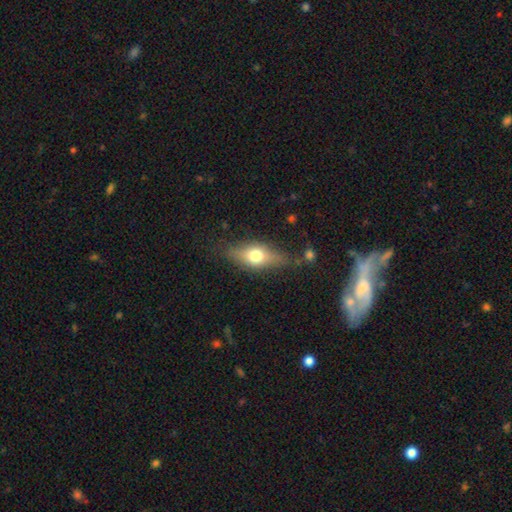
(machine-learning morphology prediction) Smooth or featured?
  - smooth: 61% *
  - featured or disk: 31%
  - star or artifact: 8%
How rounded?
  - in between: 70% *
  - cigar-shaped: 20%
  - round: 9%
Merging?
  - none: 74% *
  - minor disturbance: 18%
  - major disturbance: 6%
  - merger: 3%